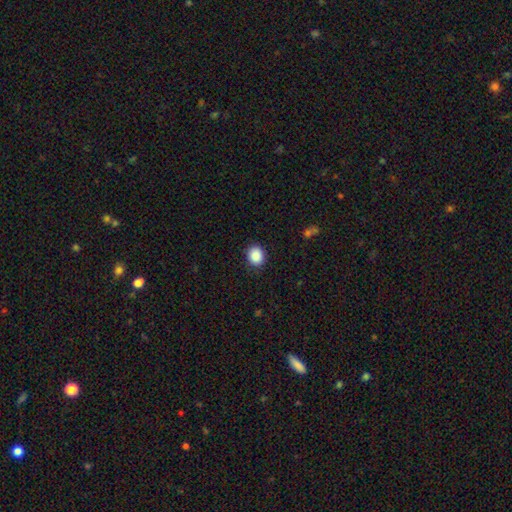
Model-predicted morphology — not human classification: Smooth or featured? Predicted: smooth (p=0.89). How rounded? Predicted: round (p=0.61). Merging? Predicted: none (p=0.88).